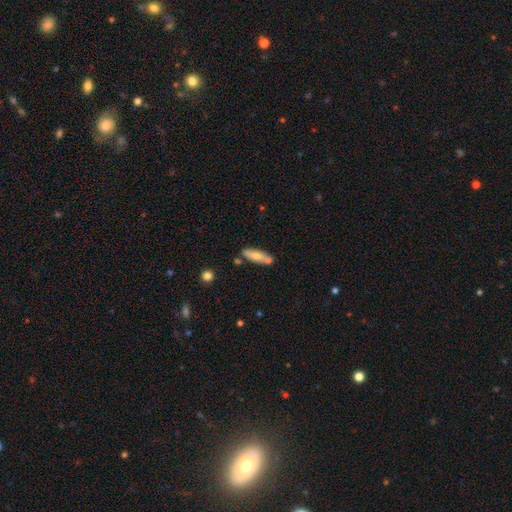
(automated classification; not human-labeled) A smooth galaxy with no disk features (70%) that is cigar-shaped (53%). Merging: none (64%).